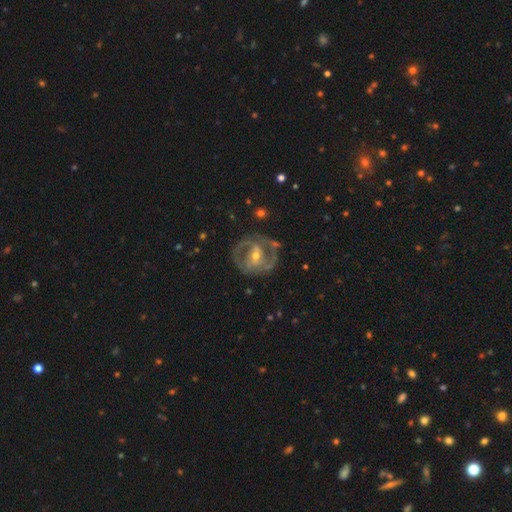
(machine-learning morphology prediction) Q: Smooth or featured?
A: featured or disk (84%); runner-up: smooth (11%)
Q: Edge-on disk?
A: no (97%); runner-up: yes (3%)
Q: Bar?
A: weak (39%); runner-up: no (34%)
Q: Spiral arms?
A: yes (83%); runner-up: no (17%)
Q: Spiral winding?
A: medium (47%); runner-up: tight (40%)
Q: Spiral arm count?
A: 2 (73%); runner-up: can't tell (13%)
Q: Bulge size?
A: moderate (50%); runner-up: small (45%)
Q: Merging?
A: none (71%); runner-up: minor disturbance (17%)